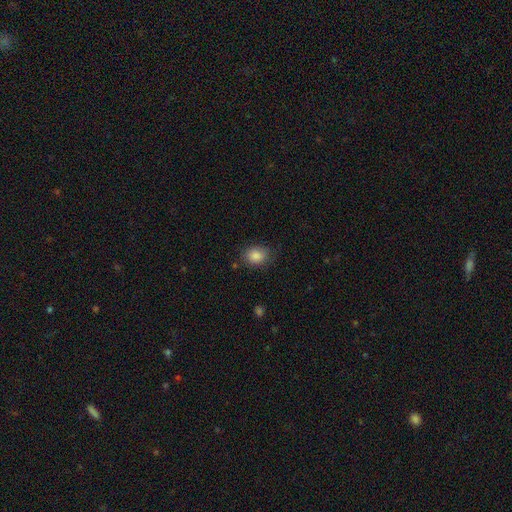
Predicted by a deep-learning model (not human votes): A smooth galaxy with no disk features (86%) that is in between round and cigar-shaped (56%). Merging: none (77%).